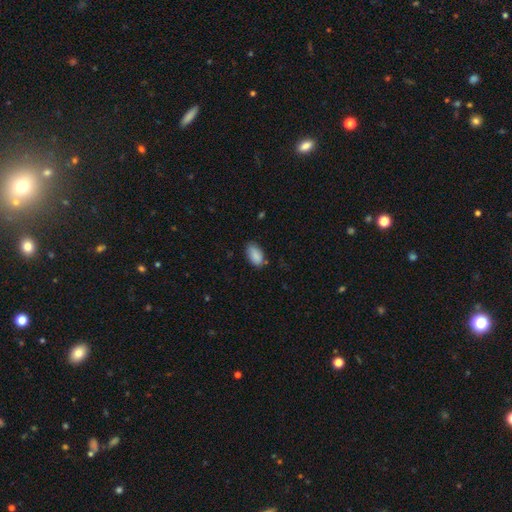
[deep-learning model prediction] Q: Smooth or featured?
A: smooth (89%); runner-up: star or artifact (7%)
Q: How rounded?
A: in between (93%); runner-up: round (4%)
Q: Merging?
A: none (74%); runner-up: minor disturbance (21%)